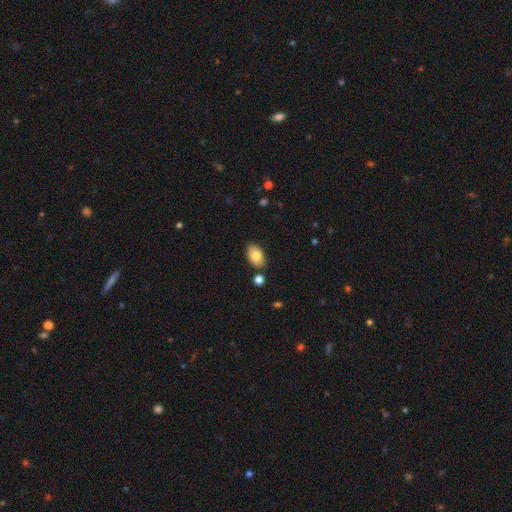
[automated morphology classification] Q: Smooth or featured?
A: smooth (81%); runner-up: featured or disk (11%)
Q: How rounded?
A: in between (92%); runner-up: round (6%)
Q: Merging?
A: none (82%); runner-up: minor disturbance (11%)